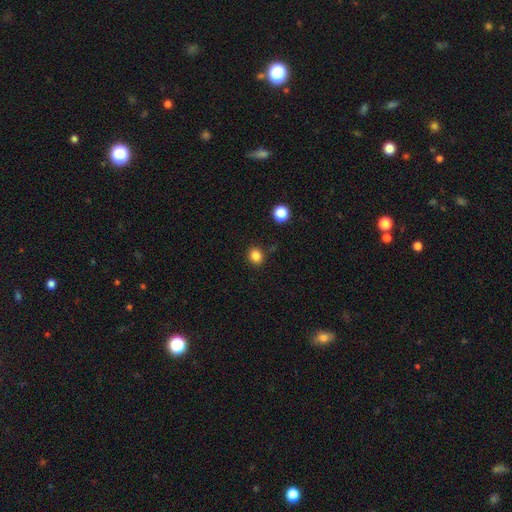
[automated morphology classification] Overall: smooth (83%). How rounded: round (77%). Merging: none (87%).